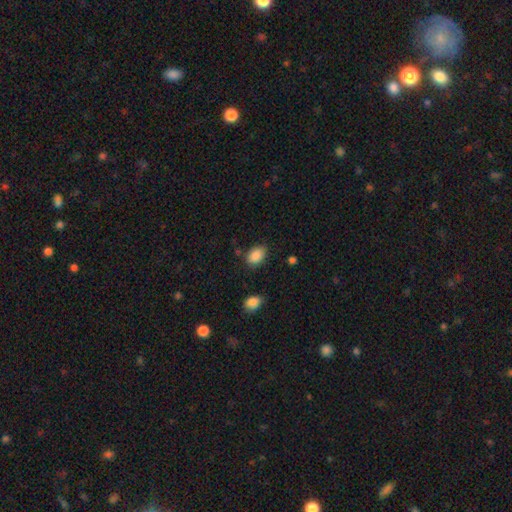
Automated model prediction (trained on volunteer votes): Smooth or featured? Predicted: smooth (p=0.88). How rounded? Predicted: in between (p=0.83). Merging? Predicted: none (p=0.77).